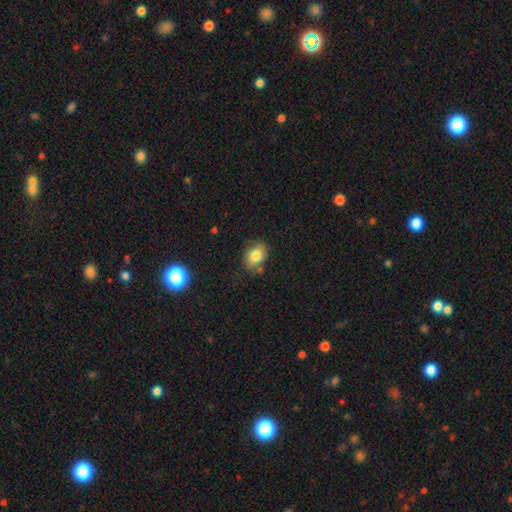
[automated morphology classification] A smooth galaxy with no disk features (79%) that is in between round and cigar-shaped (70%).

Vote fractions:
- Smooth or featured? smooth: 79% / featured or disk: 12% / star or artifact: 10%
- How rounded? in between: 70% / round: 29% / cigar-shaped: 1%
- Merging? none: 69% / minor disturbance: 21% / merger: 5% / major disturbance: 5%